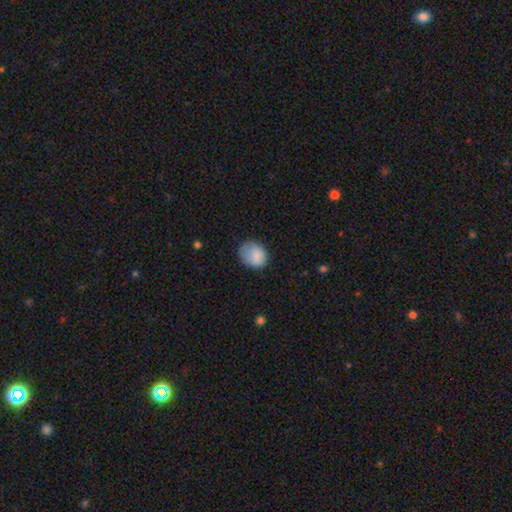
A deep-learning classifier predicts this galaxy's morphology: This is clearly a smooth galaxy (85%). How rounded: possibly round (57%). Merging: likely none (64%).